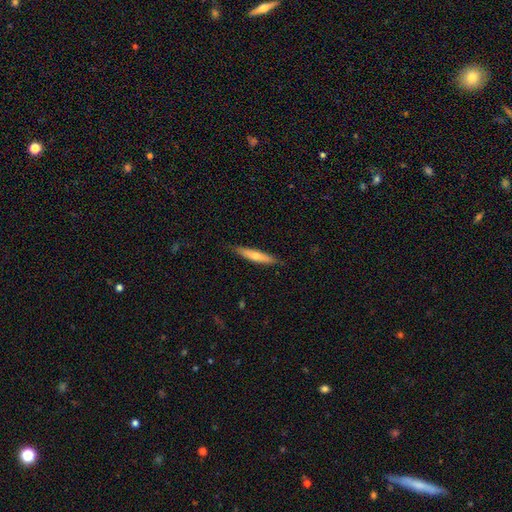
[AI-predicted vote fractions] Smooth or featured: smooth — 62% (featured or disk — 32%)
How rounded: cigar-shaped — 88% (in between — 11%)
Merging: none — 84% (minor disturbance — 13%)